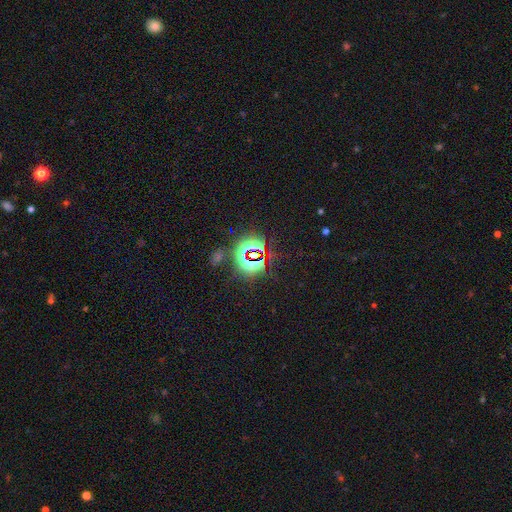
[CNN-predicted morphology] smooth_or_featured: star or artifact (p=0.79) [alt: smooth p=0.13]